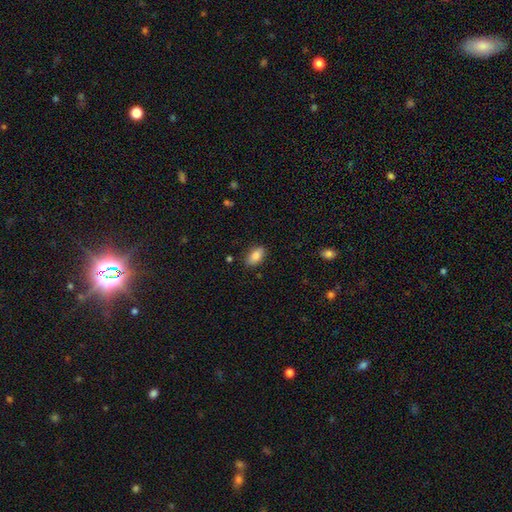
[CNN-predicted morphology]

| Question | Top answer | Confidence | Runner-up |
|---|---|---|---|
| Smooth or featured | smooth | 86% | star or artifact (7%) |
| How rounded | in between | 92% | round (5%) |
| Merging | none | 85% | minor disturbance (11%) |